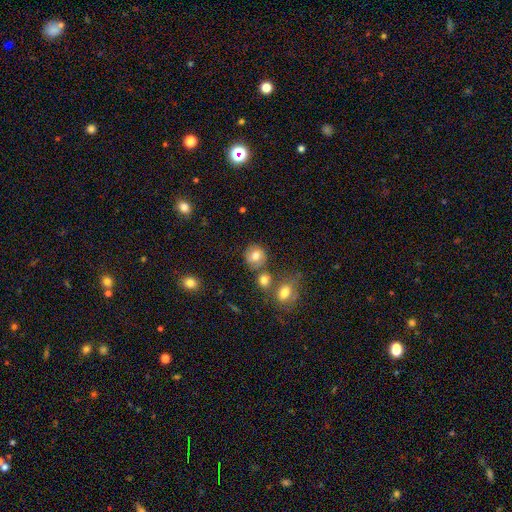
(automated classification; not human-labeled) smooth-or-featured: smooth: 73% | featured or disk: 16% | star or artifact: 11%
  how-rounded: round: 84% | in between: 15% | cigar-shaped: 1%
  merging: none: 70% | minor disturbance: 14% | merger: 11% | major disturbance: 5%